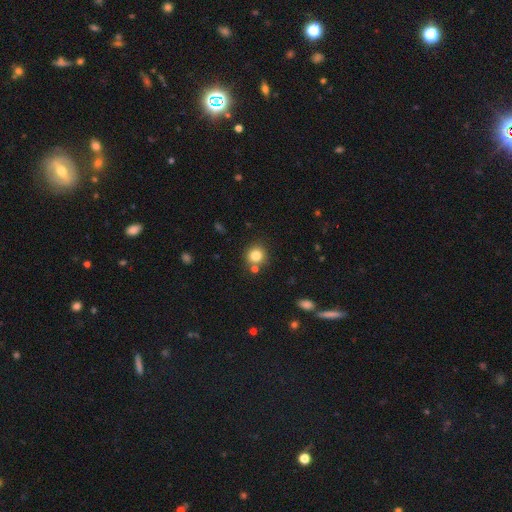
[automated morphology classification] Smooth or featured? Predicted: smooth (p=0.82). How rounded? Predicted: round (p=0.89). Merging? Predicted: none (p=0.76).